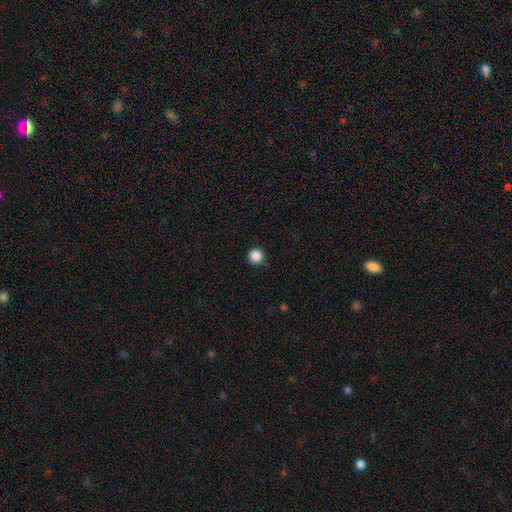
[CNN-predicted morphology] Smooth or featured? smooth (86%)
How rounded? round (96%)
Merging? none (89%)